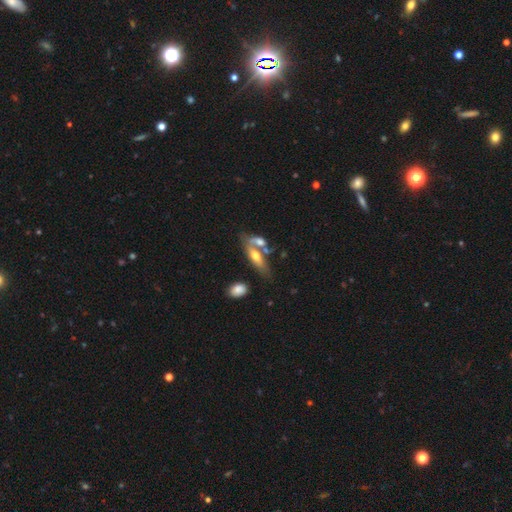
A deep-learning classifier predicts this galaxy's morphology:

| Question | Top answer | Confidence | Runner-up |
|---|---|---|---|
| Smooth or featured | smooth | 50% | featured or disk (43%) |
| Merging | merger | 42% | none (38%) |